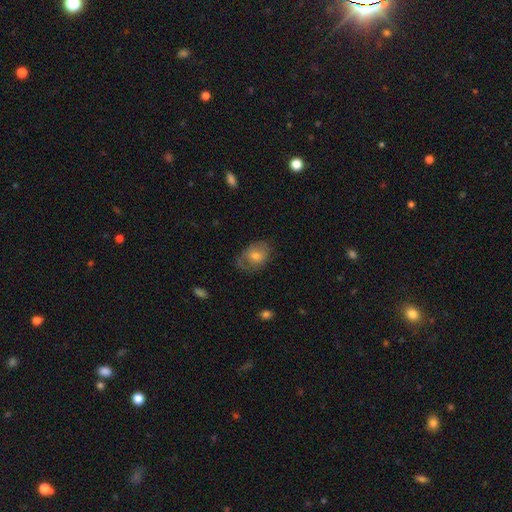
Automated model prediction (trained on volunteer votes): Morphology: type=smooth (59%); roundness=in between (68%); merging=none (55%).